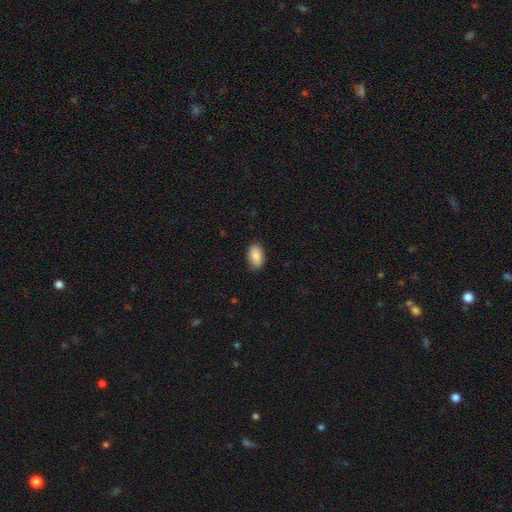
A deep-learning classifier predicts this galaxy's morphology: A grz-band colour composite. It shows a smooth galaxy with no disk features (87%) that is in between round and cigar-shaped (92%). Merging: none (88%).